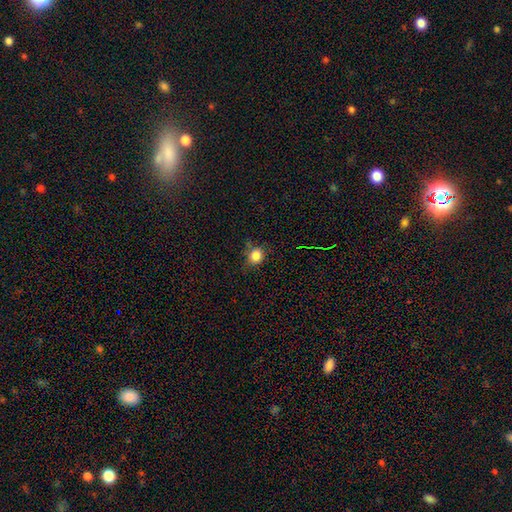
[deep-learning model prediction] The model was most divided on "merging": none: 70%, minor disturbance: 22%, major disturbance: 5%, merger: 3%. More confident: smooth or featured — smooth (82%); how rounded — round (75%).